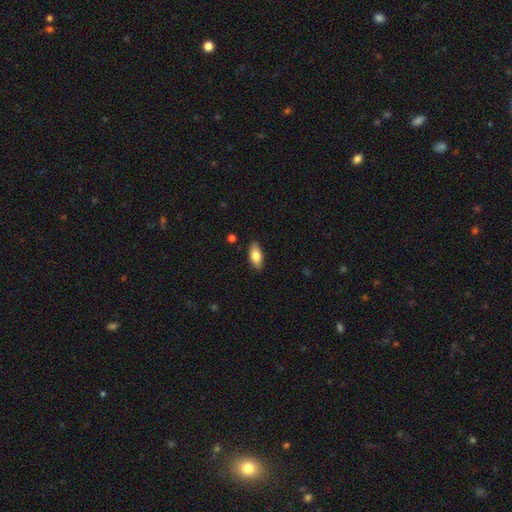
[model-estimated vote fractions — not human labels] Morphology: type=smooth (79%); roundness=in between (87%); merging=none (87%).